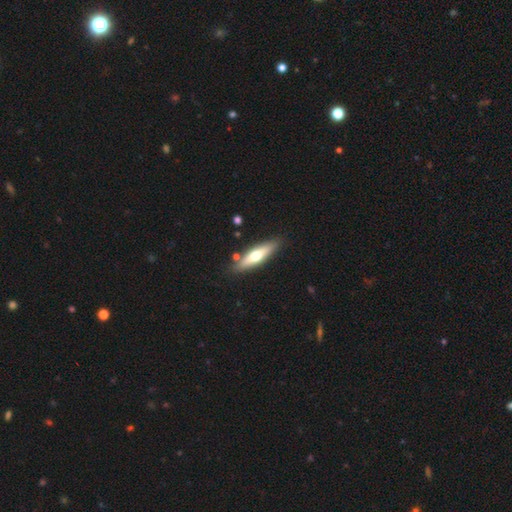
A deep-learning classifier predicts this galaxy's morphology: A smooth galaxy with no disk features (50%).

Vote fractions:
- Smooth or featured? smooth: 50% / featured or disk: 45% / star or artifact: 5%
- Merging? none: 86% / minor disturbance: 9% / merger: 3% / major disturbance: 2%